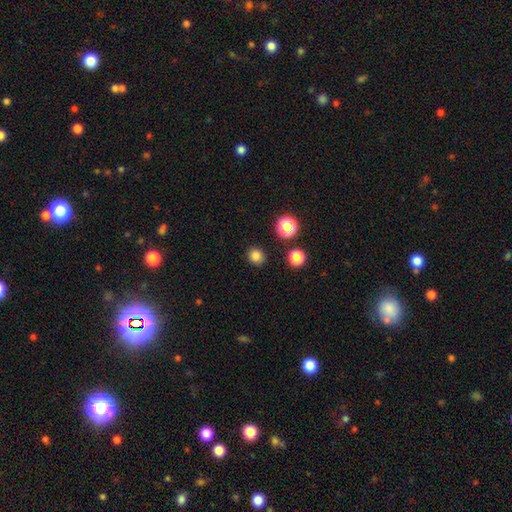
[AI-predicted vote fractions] smooth 81%, star or artifact 14%, featured or disk 4%. Down the decision tree: how rounded — round (82%); merging — none (89%).